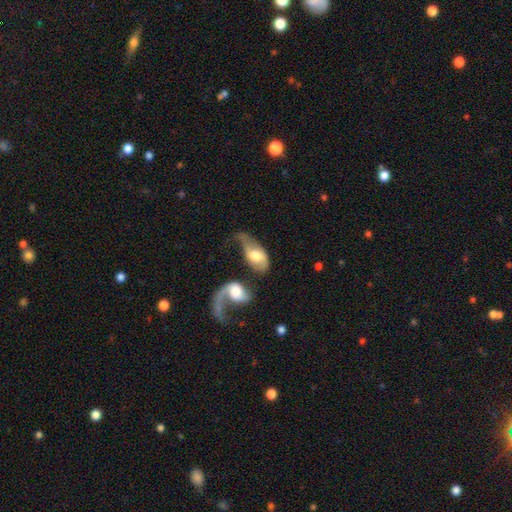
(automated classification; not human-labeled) A featured or disk galaxy (55%).

Vote fractions:
- Smooth or featured? featured or disk: 55% / smooth: 39% / star or artifact: 6%
- Edge-on disk? no: 90% / yes: 10%
- Merging? merger: 38% / major disturbance: 23% / none: 23% / minor disturbance: 16%